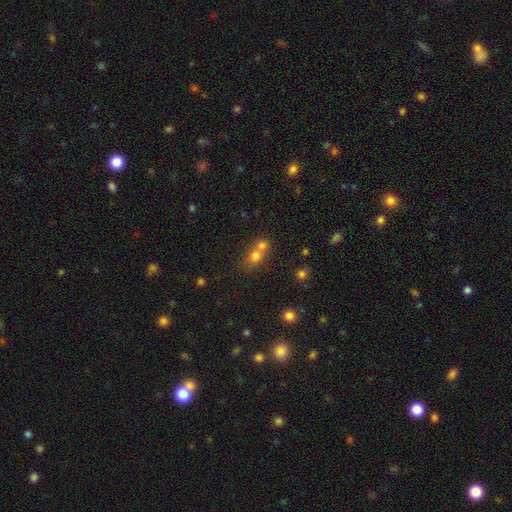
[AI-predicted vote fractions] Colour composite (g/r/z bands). It shows a smooth galaxy with no disk features (72%) that is round (70%). Merging: merger (61%).